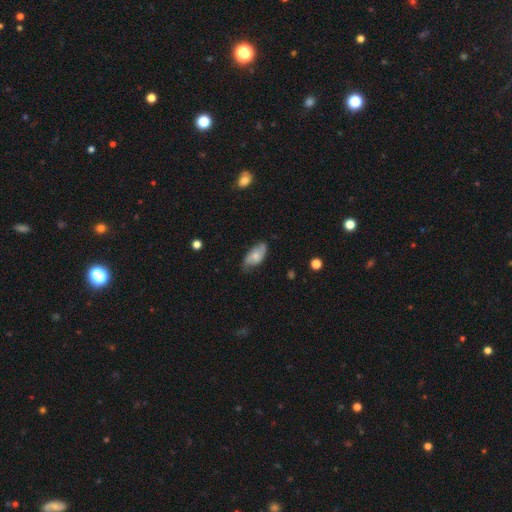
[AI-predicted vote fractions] smooth_or_featured: smooth (p=0.55) [alt: featured or disk p=0.38]
how_rounded: in between (p=0.91) [alt: cigar-shaped p=0.06]
merging: none (p=0.65) [alt: minor disturbance p=0.27]